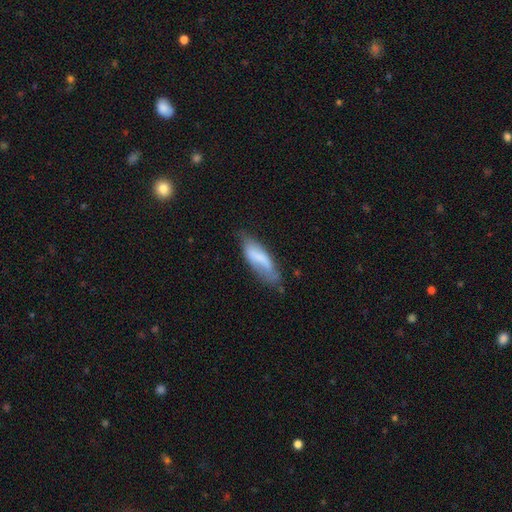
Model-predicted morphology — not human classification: Smooth or featured: smooth — 65% (featured or disk — 28%)
How rounded: in between — 54% (cigar-shaped — 45%)
Merging: none — 51% (minor disturbance — 34%)